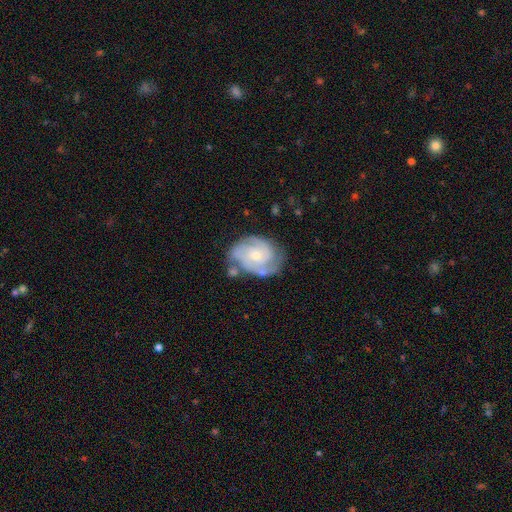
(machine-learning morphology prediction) The model was most divided on "spiral arm count": 3: 34%, 2: 33%, can't tell: 19%, 4: 6%, 1: 4%, more than 4: 3%. More confident: edge-on disk — no (98%); spiral arms — yes (94%); smooth or featured — featured or disk (81%); bar — no (69%); merging — none (62%); bulge size — small (58%); spiral winding — tight (57%).